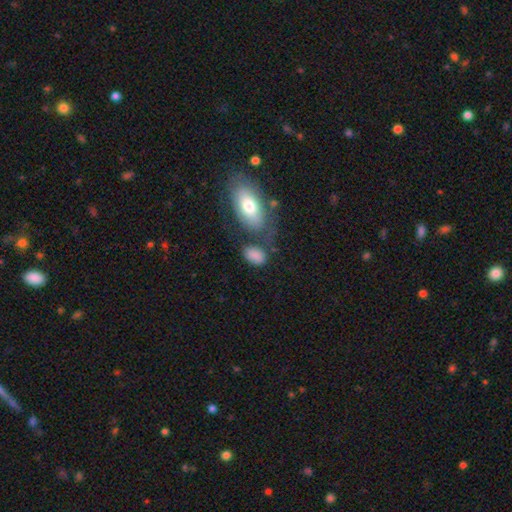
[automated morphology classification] Smooth or featured? Predicted: smooth (p=0.85). How rounded? Predicted: in between (p=0.88). Merging? Predicted: none (p=0.56).